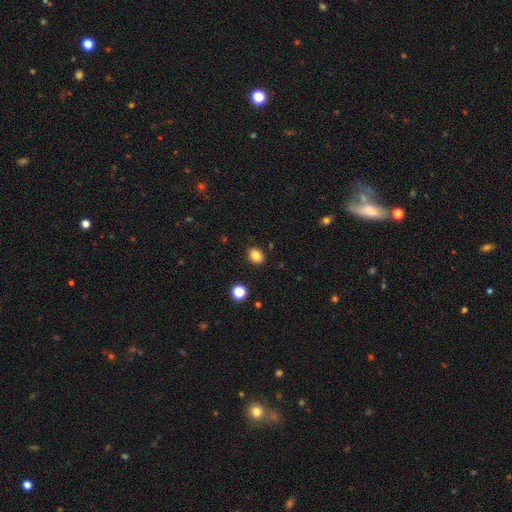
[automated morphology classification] Smooth or featured? Predicted: smooth (p=0.85). How rounded? Predicted: in between (p=0.63). Merging? Predicted: none (p=0.88).